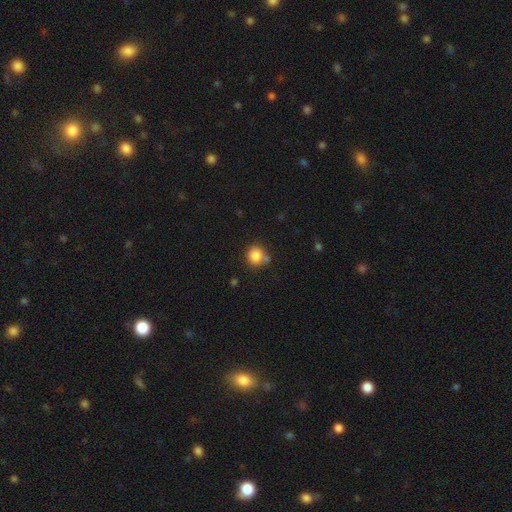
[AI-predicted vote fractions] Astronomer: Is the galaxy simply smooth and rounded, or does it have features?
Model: smooth — 84%.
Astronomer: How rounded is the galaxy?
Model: round — 88%.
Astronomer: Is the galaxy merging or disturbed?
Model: none — 68%.